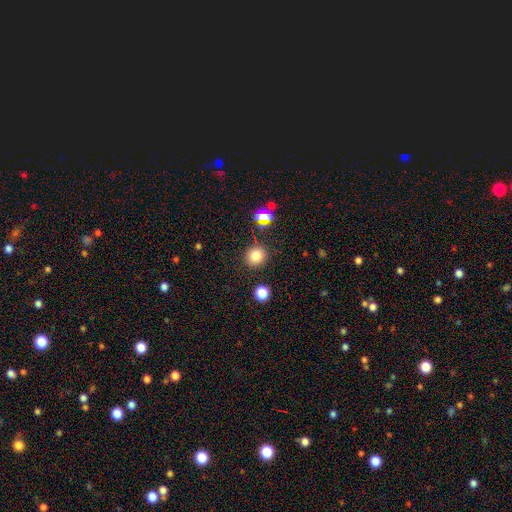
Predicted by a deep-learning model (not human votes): Q: Smooth or featured?
A: smooth (81%); runner-up: star or artifact (14%)
Q: How rounded?
A: round (88%); runner-up: in between (11%)
Q: Merging?
A: none (87%); runner-up: minor disturbance (7%)